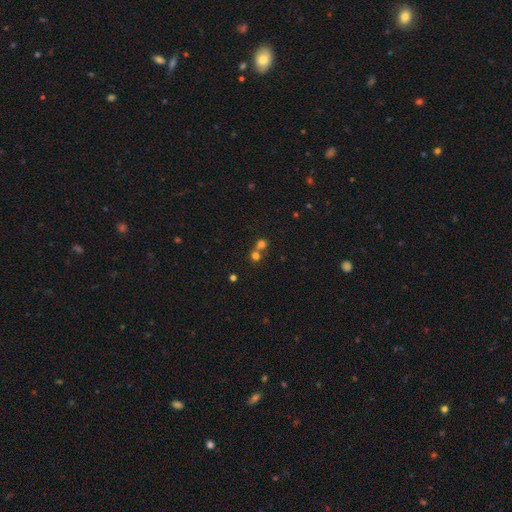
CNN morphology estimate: This is likely a smooth galaxy (69%). How rounded: clearly round (86%). Merging: possibly merger (50%).